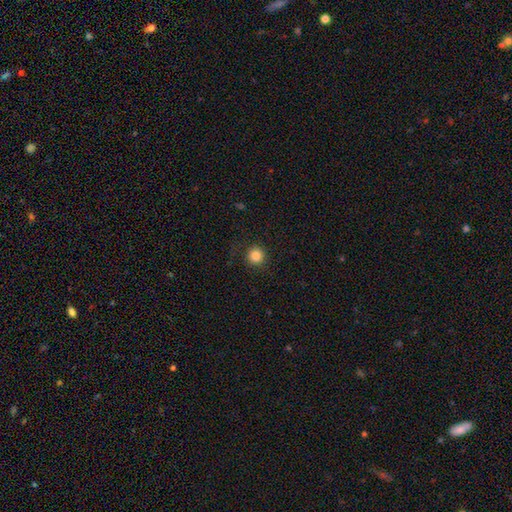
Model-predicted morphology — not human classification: type=smooth (84%); roundness=round (94%); merging=none (87%).